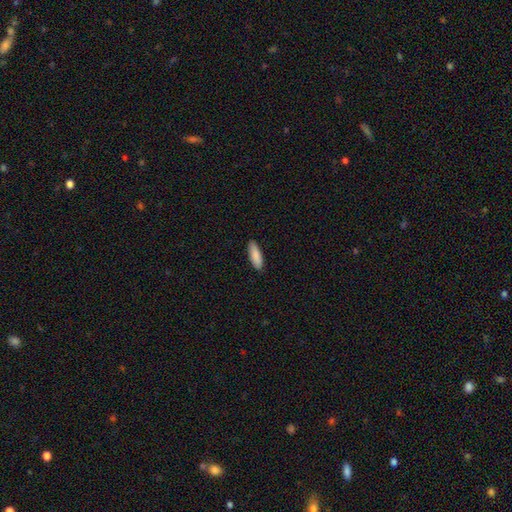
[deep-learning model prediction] Overall: smooth (88%). How rounded: in between (55%; cigar-shaped 43%). Merging: none (89%).